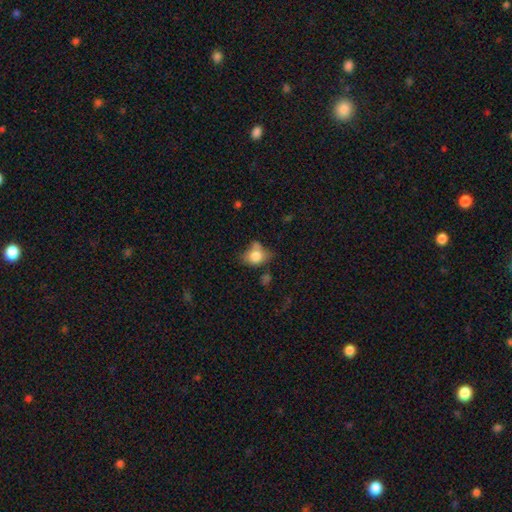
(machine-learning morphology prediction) Overall: smooth (77%). How rounded: in between (53%; round 45%). Merging: none (43%; minor disturbance 27%).